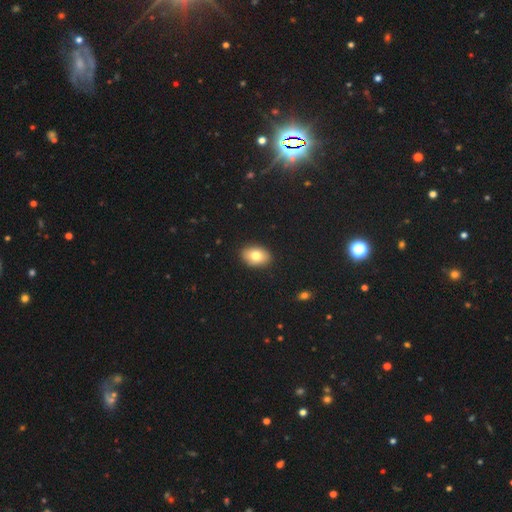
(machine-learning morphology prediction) Smooth or featured?
  - smooth: 79% *
  - featured or disk: 13%
  - star or artifact: 9%
How rounded?
  - in between: 81% *
  - round: 18%
  - cigar-shaped: 1%
Merging?
  - none: 89% *
  - minor disturbance: 8%
  - major disturbance: 2%
  - merger: 1%